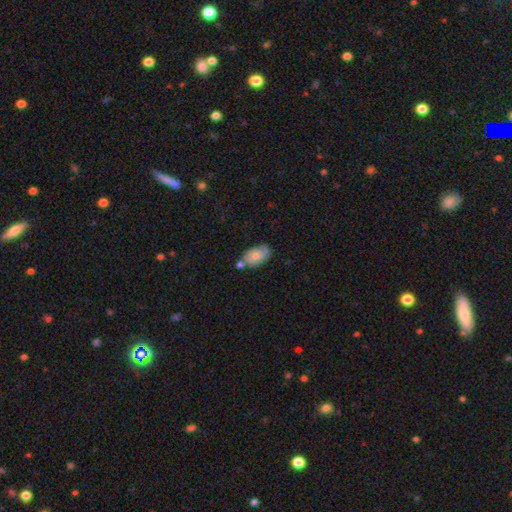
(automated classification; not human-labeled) Morphology: type=smooth (74%); roundness=in between (92%); merging=none (50%).